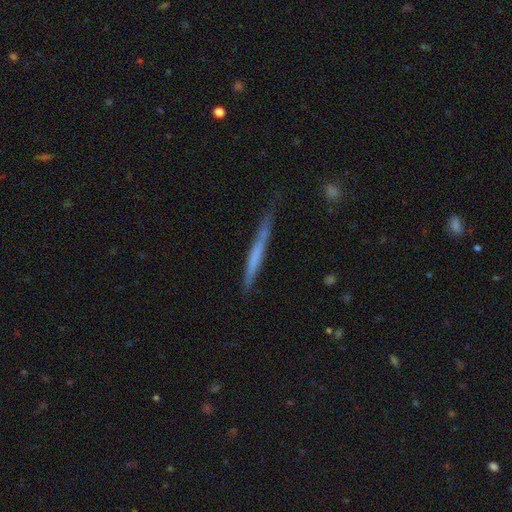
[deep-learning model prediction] Overall: smooth (51%; featured or disk 42%). How rounded: cigar-shaped (97%). Merging: none (72%).